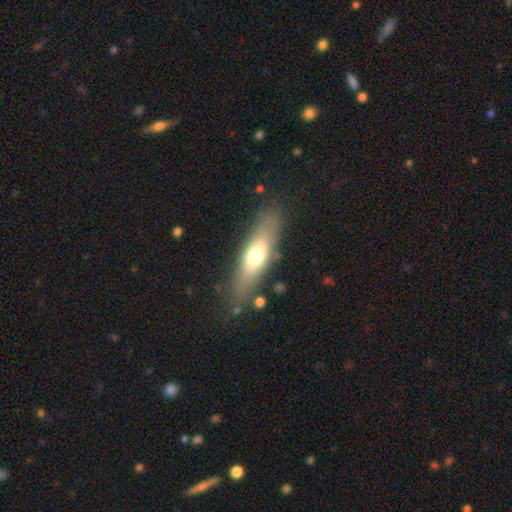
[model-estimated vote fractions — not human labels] smooth 58%, featured or disk 36%, star or artifact 7%. Down the decision tree: how rounded — cigar-shaped (53%); merging — none (79%).